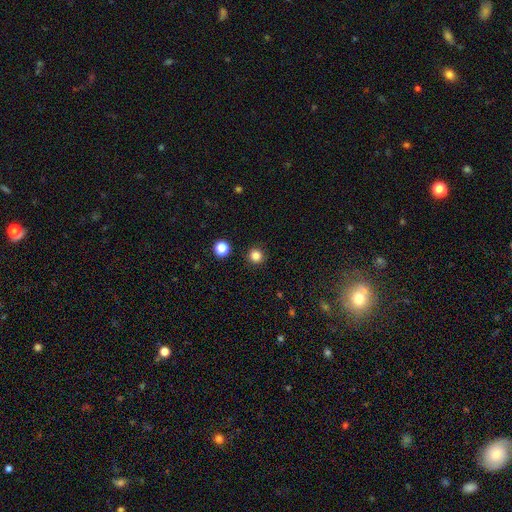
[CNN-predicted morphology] This appears to be a smooth galaxy with no disk features (84%) that is round (95%). Merging: none (92%).